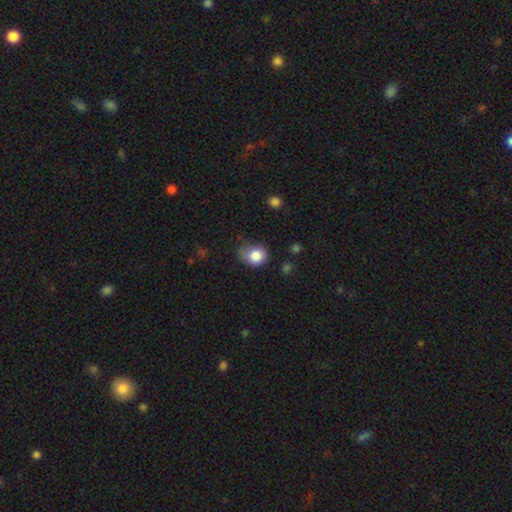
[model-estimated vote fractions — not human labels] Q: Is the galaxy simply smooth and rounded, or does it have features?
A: smooth — 83%.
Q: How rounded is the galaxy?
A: round — 65%.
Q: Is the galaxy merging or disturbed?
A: none — 46%.